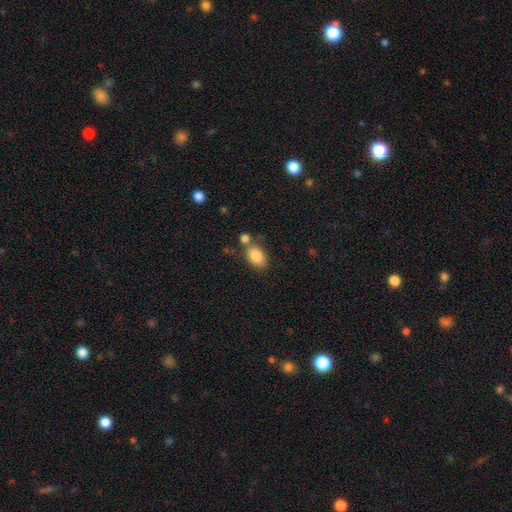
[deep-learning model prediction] Morphology: type=smooth (86%); roundness=in between (87%); merging=none (62%).